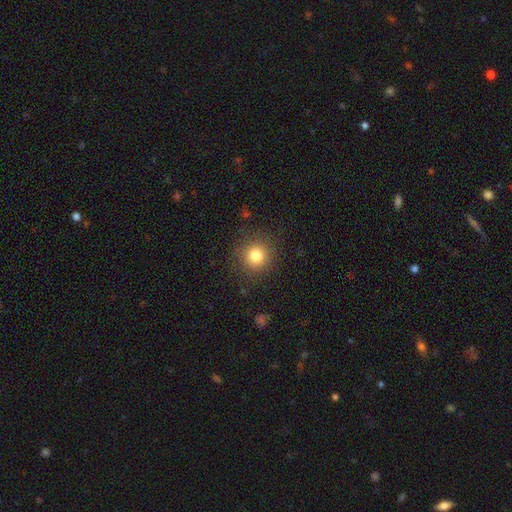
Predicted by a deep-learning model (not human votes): smooth_or_featured: smooth (p=0.81) [alt: star or artifact p=0.12]
how_rounded: round (p=0.93) [alt: in between p=0.06]
merging: none (p=0.89) [alt: minor disturbance p=0.07]